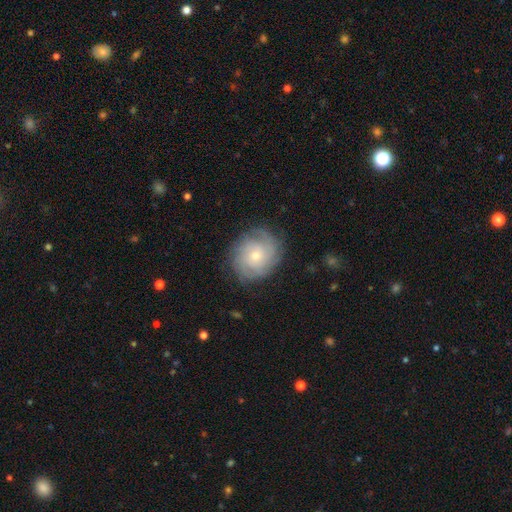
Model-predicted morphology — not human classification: Overall: featured or disk (66%; smooth 26%). Edge-on disk: no (97%). Bar: no (81%). Spiral arms: yes (91%). Spiral arm count: can't tell (44%; 3 16%). Spiral winding: tight (70%). Bulge size: small (60%; moderate 37%). Merging: none (80%).